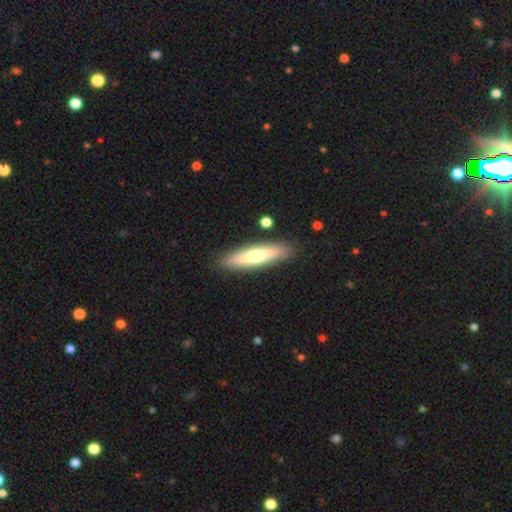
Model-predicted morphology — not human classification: Overall: smooth (54%; featured or disk 40%). How rounded: cigar-shaped (77%). Merging: none (87%).